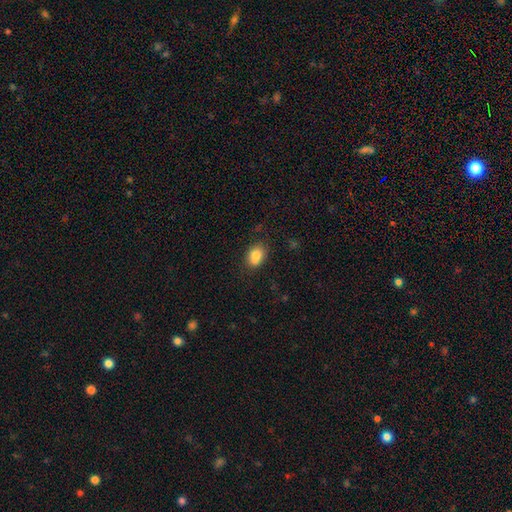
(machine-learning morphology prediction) smooth-or-featured: smooth: 82% | star or artifact: 9% | featured or disk: 9%
  how-rounded: in between: 75% | round: 23% | cigar-shaped: 1%
  merging: none: 67% | minor disturbance: 18% | merger: 10% | major disturbance: 4%